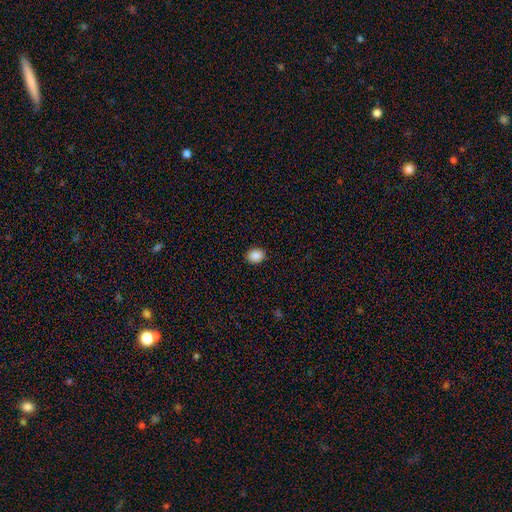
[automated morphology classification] smooth 88%, star or artifact 9%, featured or disk 3%. Down the decision tree: how rounded — in between (50%); merging — none (90%).